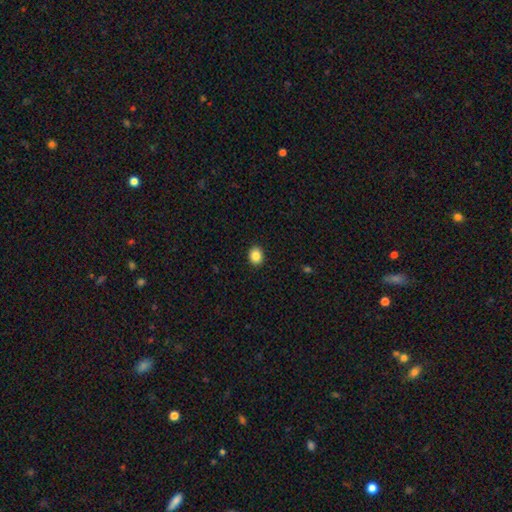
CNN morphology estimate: This appears to be a smooth galaxy with no disk features (87%) that is round (54%). Merging: none (92%).